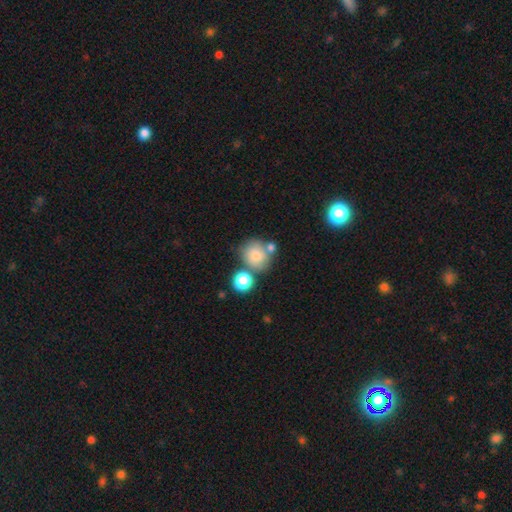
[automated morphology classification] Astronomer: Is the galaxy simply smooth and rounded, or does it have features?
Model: smooth — 77%.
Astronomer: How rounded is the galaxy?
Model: round — 80%.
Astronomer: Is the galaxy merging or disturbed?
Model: none — 54%.